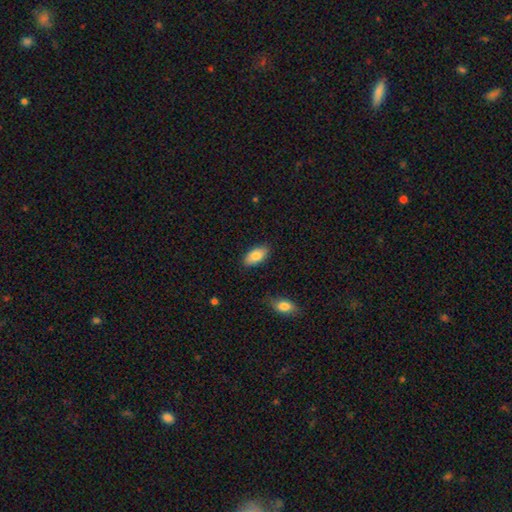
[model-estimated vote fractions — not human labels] Smooth or featured? smooth (83%)
How rounded? in between (91%)
Merging? none (85%)